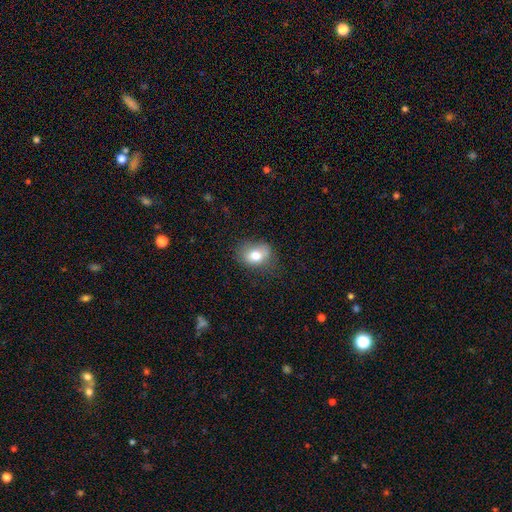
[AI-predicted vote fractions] This appears to be a smooth galaxy with no disk features (76%) that is in between round and cigar-shaped (65%). Merging: none (68%).